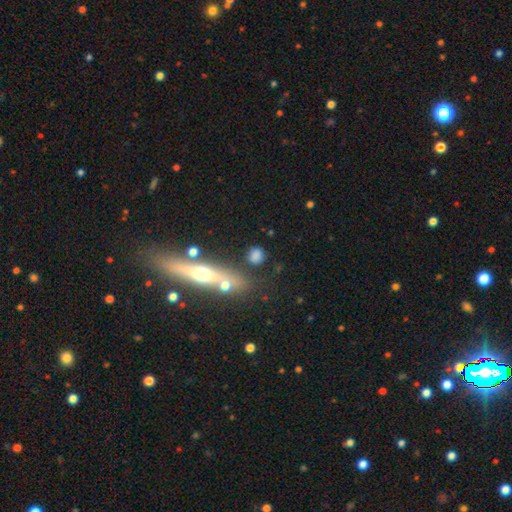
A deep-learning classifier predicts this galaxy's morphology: A smooth galaxy with no disk features (72%) that is round (64%). Merging: none (69%).